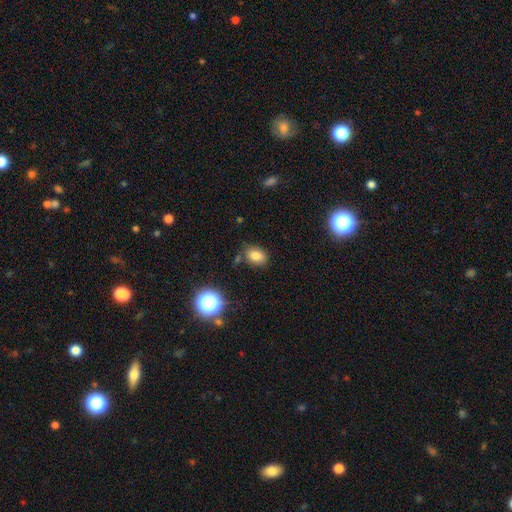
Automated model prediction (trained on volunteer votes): A smooth galaxy with no disk features (79%) that is in between round and cigar-shaped (80%).

Vote fractions:
- Smooth or featured? smooth: 79% / star or artifact: 13% / featured or disk: 8%
- How rounded? in between: 80% / round: 19% / cigar-shaped: 1%
- Merging? none: 77% / minor disturbance: 15% / merger: 5% / major disturbance: 4%